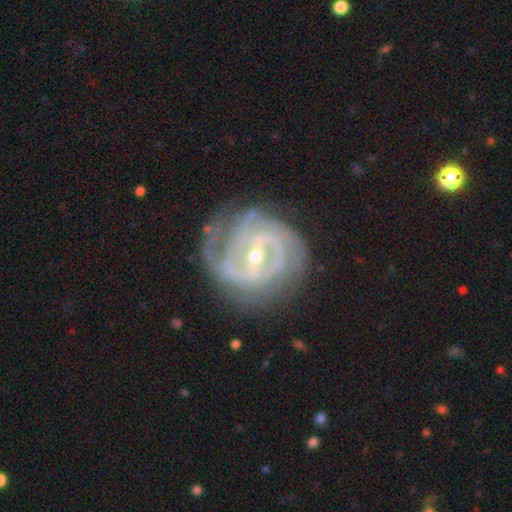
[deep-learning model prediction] Morphology: type=featured or disk (91%); edge-on=no (97%); bar=strong (44%); spiral arms=yes (96%); winding=tight (58%); arm count=2 (36%); bulge=small (53%); merging=none (70%).